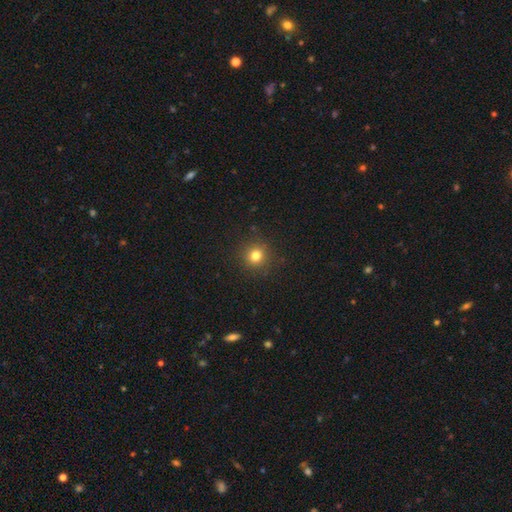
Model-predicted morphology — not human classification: Smooth or featured? Predicted: smooth (p=0.79). How rounded? Predicted: round (p=0.93). Merging? Predicted: none (p=0.90).